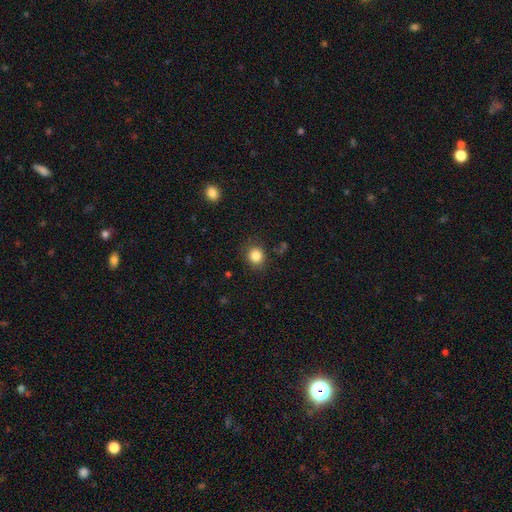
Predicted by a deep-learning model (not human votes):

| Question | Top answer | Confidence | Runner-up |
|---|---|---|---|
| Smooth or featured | smooth | 85% | star or artifact (11%) |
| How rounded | round | 80% | in between (19%) |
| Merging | none | 84% | minor disturbance (11%) |